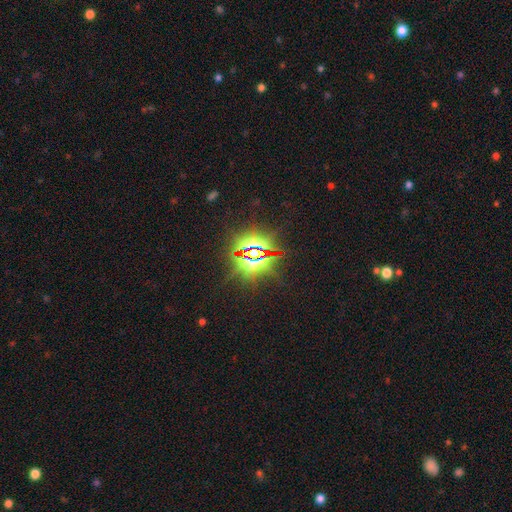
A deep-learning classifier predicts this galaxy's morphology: Smooth or featured? star or artifact (84%)